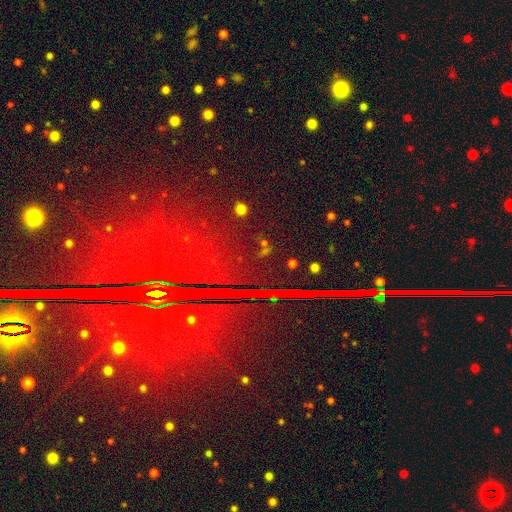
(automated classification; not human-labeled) The model was most divided on "smooth or featured": star or artifact: 84%, featured or disk: 10%, smooth: 6%.